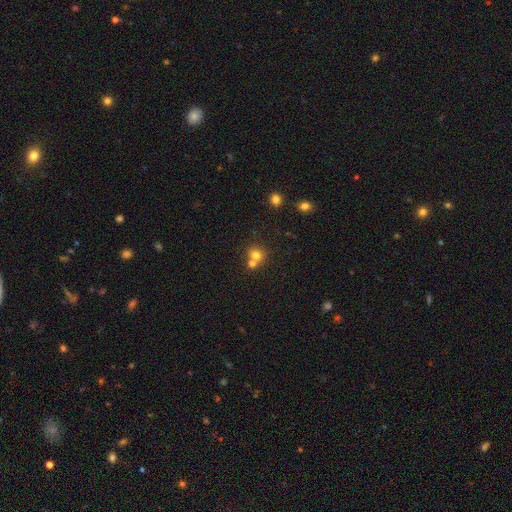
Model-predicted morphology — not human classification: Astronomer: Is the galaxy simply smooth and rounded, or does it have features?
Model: smooth — 74%.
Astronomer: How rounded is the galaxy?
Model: round — 82%.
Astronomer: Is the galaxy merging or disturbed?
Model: merger — 49% (runner-up: none, 42%).